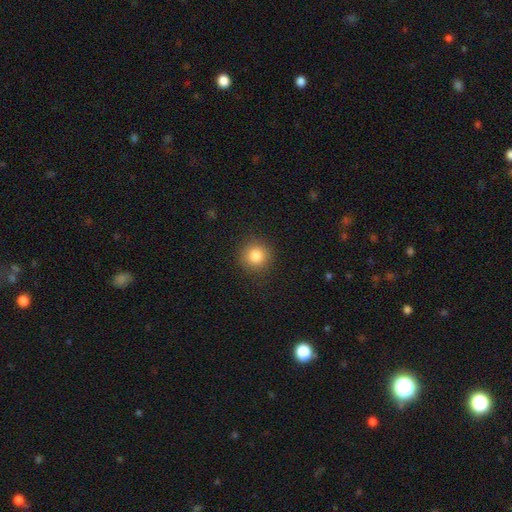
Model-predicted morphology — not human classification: type=smooth (83%); roundness=round (93%); merging=none (89%).